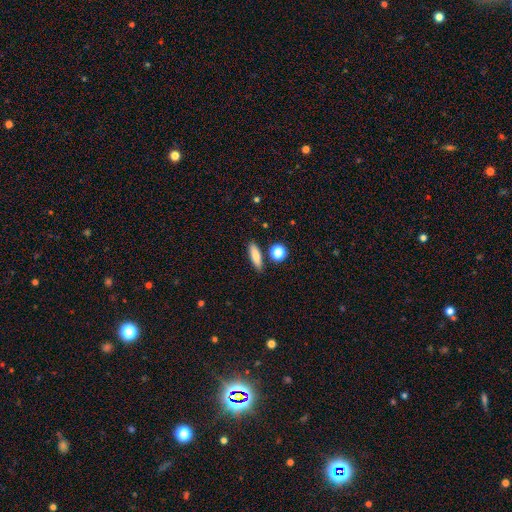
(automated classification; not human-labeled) Morphology: type=smooth (80%); roundness=cigar-shaped (58%); merging=none (82%).